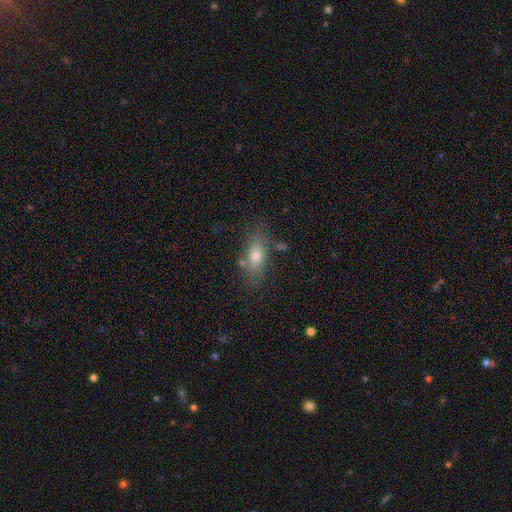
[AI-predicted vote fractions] This appears to be a smooth galaxy with no disk features (71%) that is in between round and cigar-shaped (76%). Merging: none (73%).